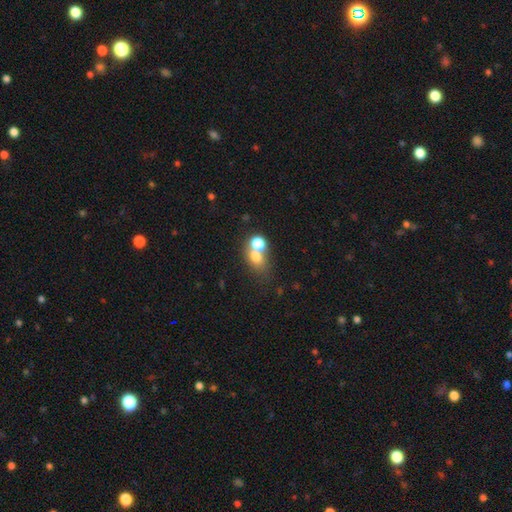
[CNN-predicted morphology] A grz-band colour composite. It shows a smooth galaxy with no disk features (69%) that is round (51%). Merging: merger (49%).